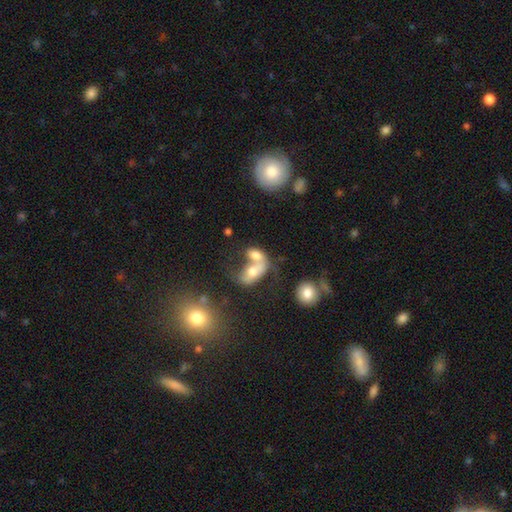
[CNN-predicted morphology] The model was most divided on "smooth or featured": smooth: 60%, featured or disk: 29%, star or artifact: 11%. More confident: how rounded — in between (83%); merging — merger (72%).